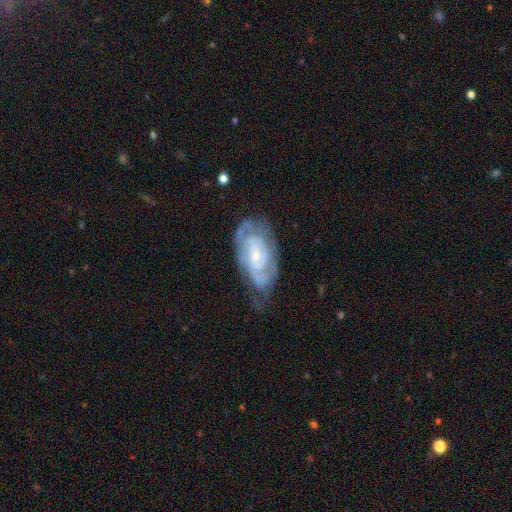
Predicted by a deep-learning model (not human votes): smooth_or_featured: featured or disk (p=0.85) [alt: smooth p=0.10]
disk_edge_on: no (p=0.96) [alt: yes p=0.04]
bar: no (p=0.52) [alt: weak p=0.37]
has_spiral_arms: yes (p=0.95) [alt: no p=0.05]
spiral_winding: tight (p=0.66) [alt: medium p=0.28]
spiral_arm_count: 2 (p=0.46) [alt: can't tell p=0.28]
bulge_size: small (p=0.69) [alt: moderate p=0.25]
merging: none (p=0.65) [alt: minor disturbance p=0.24]